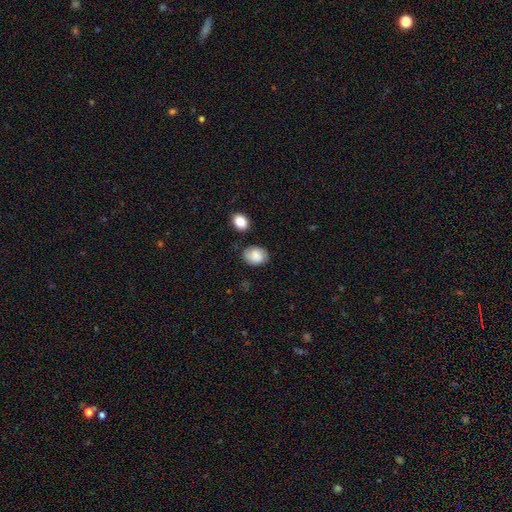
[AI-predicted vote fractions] Q: Smooth or featured?
A: smooth (76%); runner-up: featured or disk (15%)
Q: How rounded?
A: in between (66%); runner-up: round (33%)
Q: Merging?
A: none (72%); runner-up: minor disturbance (19%)